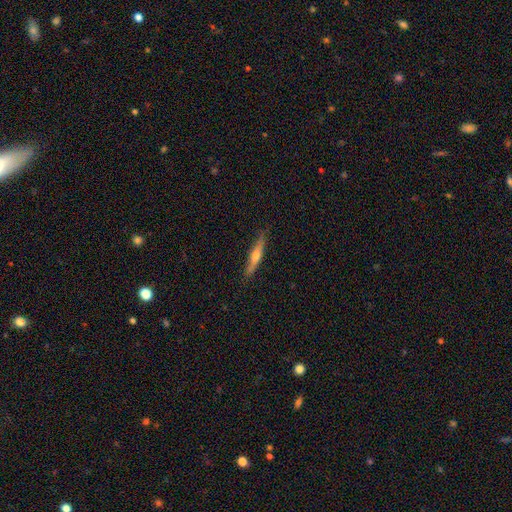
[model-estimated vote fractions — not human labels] Overall: featured or disk (57%; smooth 37%). Edge-on disk: yes (96%). Edge-on bulge: rounded (86%). Merging: none (88%).